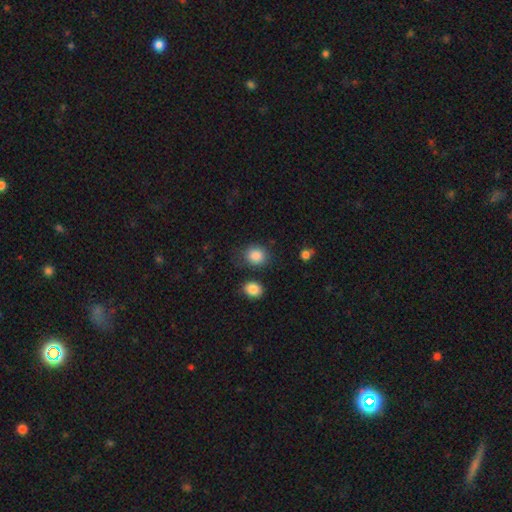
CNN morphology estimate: Overall: smooth (87%). How rounded: round (72%). Merging: none (76%).